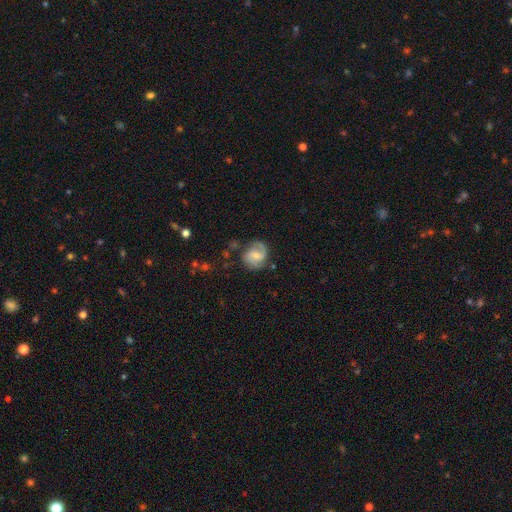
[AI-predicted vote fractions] Morphology: type=featured or disk (71%); edge-on=no (98%); bar=weak (48%); spiral arms=yes (92%); winding=medium (49%); arm count=2 (78%); bulge=small (51%); merging=none (66%).